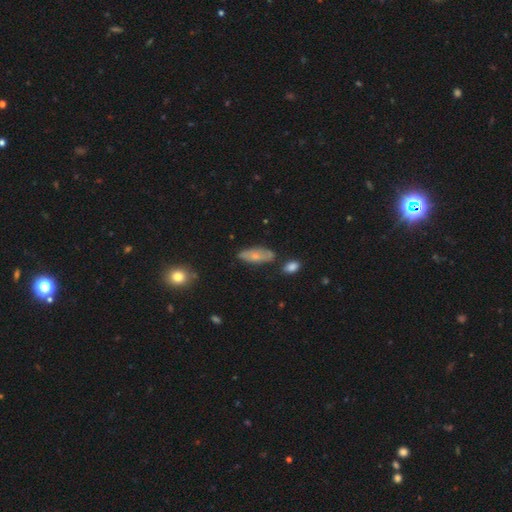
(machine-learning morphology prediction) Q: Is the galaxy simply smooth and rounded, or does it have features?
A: smooth — 55%.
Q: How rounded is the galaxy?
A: in between — 73%.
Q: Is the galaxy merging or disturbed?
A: none — 72%.